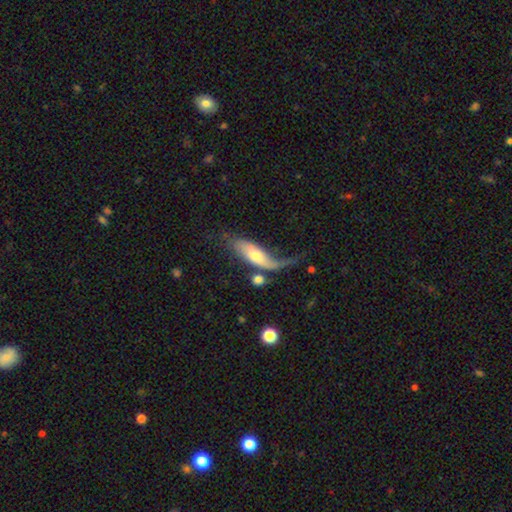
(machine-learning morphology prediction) A featured or disk galaxy (47%). Merging: major disturbance (34%).